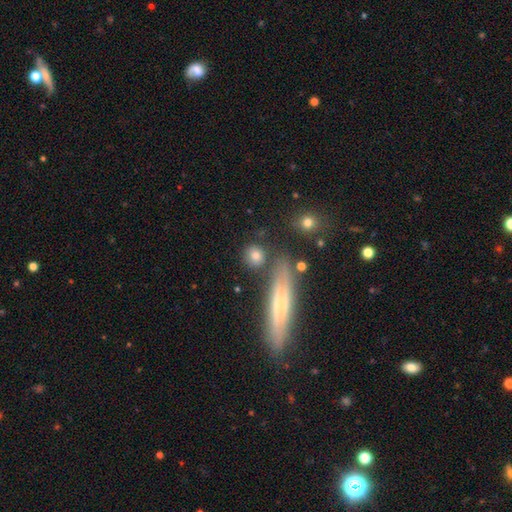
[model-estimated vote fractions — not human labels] Smooth or featured?
  - smooth: 74% *
  - featured or disk: 16%
  - star or artifact: 10%
How rounded?
  - round: 76% *
  - in between: 15%
  - cigar-shaped: 9%
Merging?
  - none: 79% *
  - minor disturbance: 11%
  - merger: 6%
  - major disturbance: 4%